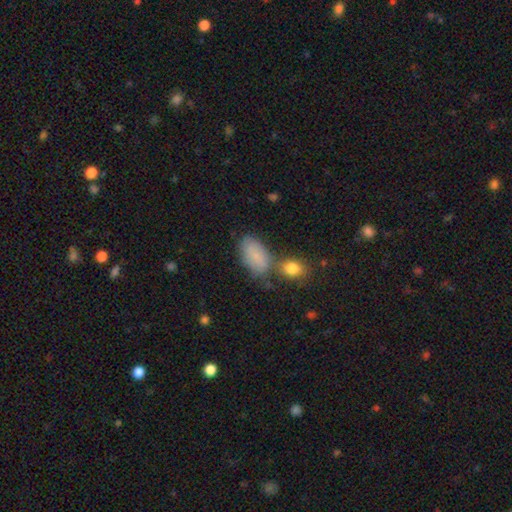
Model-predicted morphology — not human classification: Q: Smooth or featured?
A: smooth (79%); runner-up: featured or disk (12%)
Q: How rounded?
A: in between (92%); runner-up: round (6%)
Q: Merging?
A: none (55%); runner-up: minor disturbance (20%)